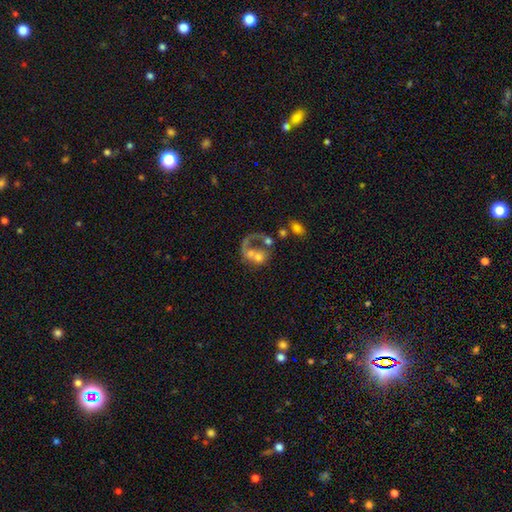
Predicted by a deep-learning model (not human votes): A featured or disk galaxy (59%) with no bar (84%), no spiral arms (52%) and a moderate central bulge (39%).

Vote fractions:
- Smooth or featured? featured or disk: 59% / smooth: 31% / star or artifact: 10%
- Edge-on disk? no: 98% / yes: 2%
- Bar? no: 84% / weak: 13% / strong: 3%
- Spiral arms? no: 52% / yes: 48%
- Bulge size? moderate: 39% / none: 23% / small: 22% / large: 12% / dominant: 4%
- Merging? merger: 44% / major disturbance: 27% / none: 20% / minor disturbance: 9%